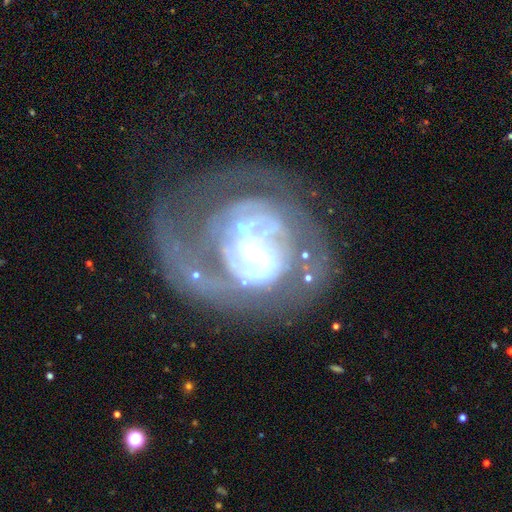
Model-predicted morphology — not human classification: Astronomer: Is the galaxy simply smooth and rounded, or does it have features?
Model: featured or disk — 81%.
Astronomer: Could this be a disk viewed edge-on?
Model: no — 97%.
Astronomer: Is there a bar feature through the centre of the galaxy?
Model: no — 51% (runner-up: weak, 30%).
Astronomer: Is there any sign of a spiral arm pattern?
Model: yes — 74%.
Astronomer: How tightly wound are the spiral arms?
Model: tight — 41% (runner-up: medium, 36%).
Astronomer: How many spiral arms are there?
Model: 2 — 29% (runner-up: can't tell, 28%).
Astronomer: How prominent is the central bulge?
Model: moderate — 42% (runner-up: large, 31%).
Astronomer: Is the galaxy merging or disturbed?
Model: major disturbance — 48% (runner-up: none, 30%).